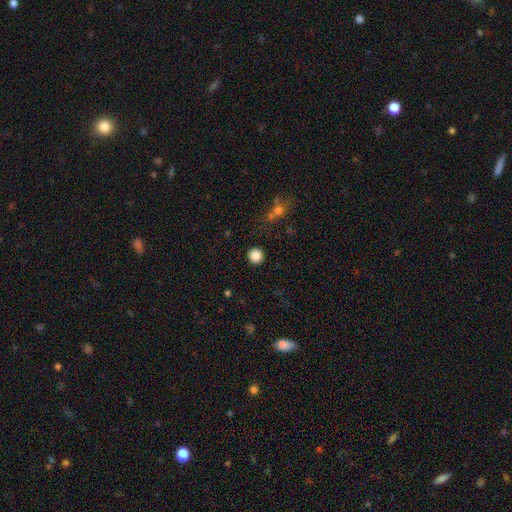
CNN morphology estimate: Smooth or featured?
  - smooth: 86% *
  - star or artifact: 10%
  - featured or disk: 4%
How rounded?
  - round: 94% *
  - in between: 5%
  - cigar-shaped: 1%
Merging?
  - none: 92% *
  - minor disturbance: 5%
  - major disturbance: 2%
  - merger: 2%